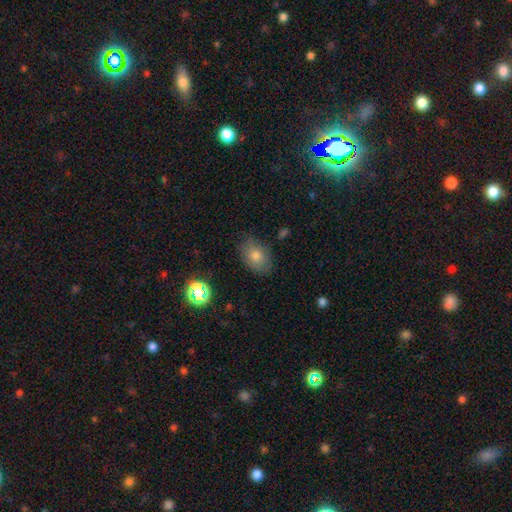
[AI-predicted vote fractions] This is likely a smooth galaxy (73%). How rounded: likely in between (75%). Merging: clearly none (80%).